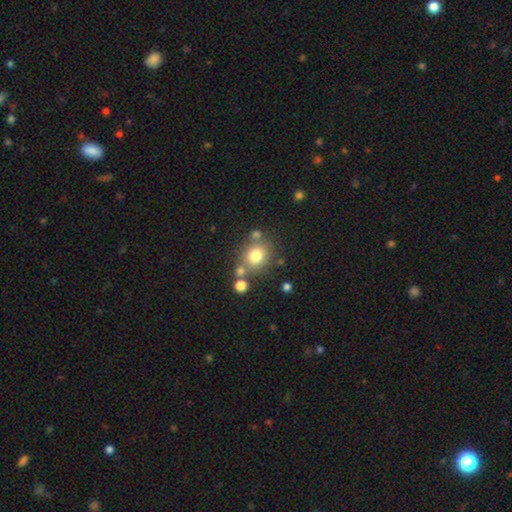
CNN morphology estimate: The model was most divided on "merging": none: 69%, merger: 15%, minor disturbance: 11%, major disturbance: 5%. More confident: how rounded — round (82%); smooth or featured — smooth (76%).